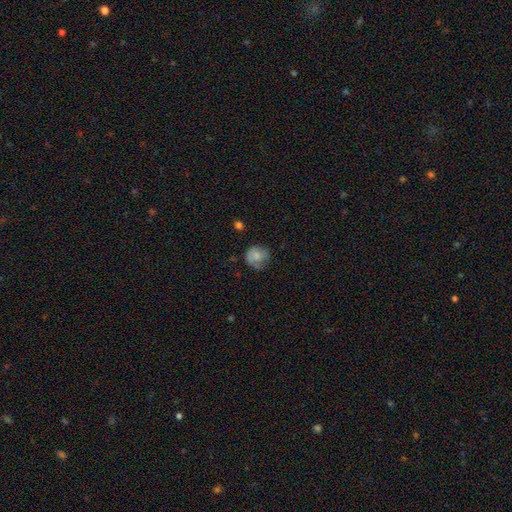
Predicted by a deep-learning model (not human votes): Smooth or featured: smooth — 66% (featured or disk — 26%)
How rounded: round — 80% (in between — 19%)
Merging: none — 57% (minor disturbance — 27%)